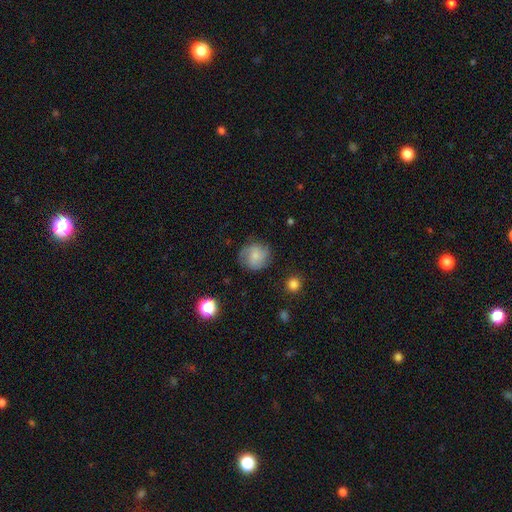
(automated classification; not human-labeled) Smooth or featured?
  - smooth: 59% *
  - featured or disk: 33%
  - star or artifact: 9%
How rounded?
  - round: 85% *
  - in between: 14%
  - cigar-shaped: 1%
Merging?
  - none: 77% *
  - minor disturbance: 16%
  - major disturbance: 6%
  - merger: 1%